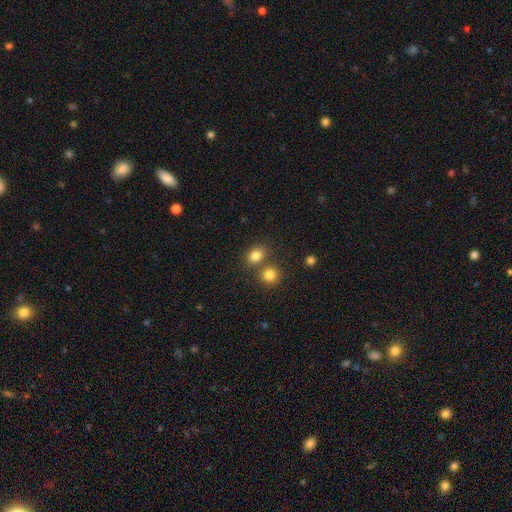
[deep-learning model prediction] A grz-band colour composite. It shows a smooth galaxy with no disk features (82%) that is in between round and cigar-shaped (51%). Merging: none (61%).